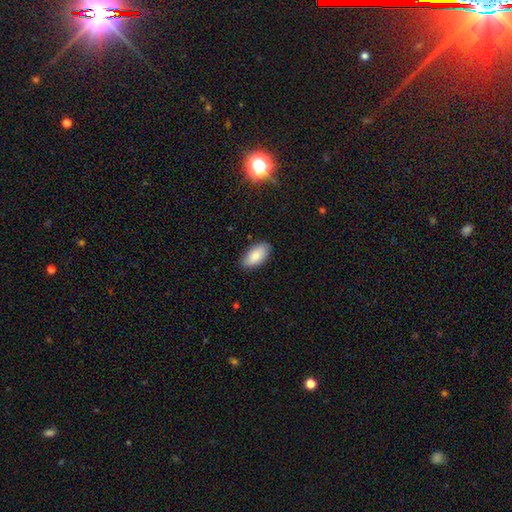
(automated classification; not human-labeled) smooth-or-featured: smooth: 82% | featured or disk: 11% | star or artifact: 6%
  how-rounded: in between: 94% | cigar-shaped: 4% | round: 3%
  merging: none: 85% | minor disturbance: 12% | major disturbance: 2% | merger: 1%